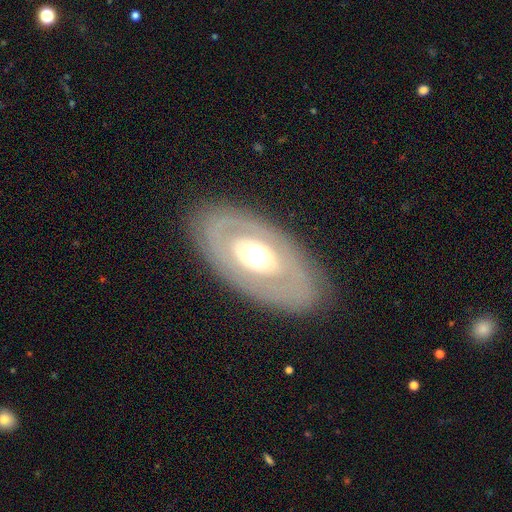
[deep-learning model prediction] Smooth or featured? featured or disk (64%)
Edge-on disk? no (89%)
Bar? no (87%)
Spiral arms? no (84%)
Bulge size? moderate (62%)
Merging? none (83%)